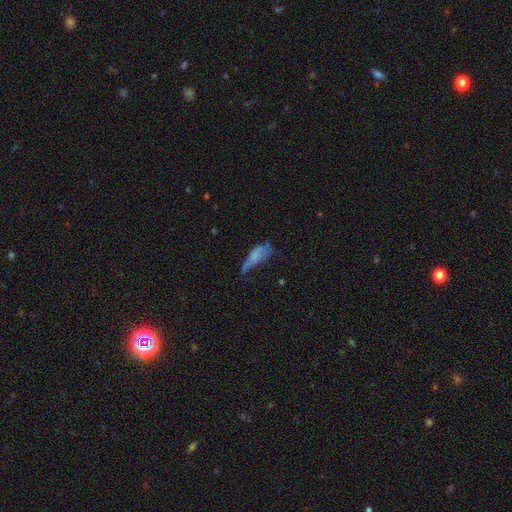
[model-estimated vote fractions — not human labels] This is possibly a smooth galaxy (59%). How rounded: likely in between (72%). Merging: marginally major disturbance (43%).